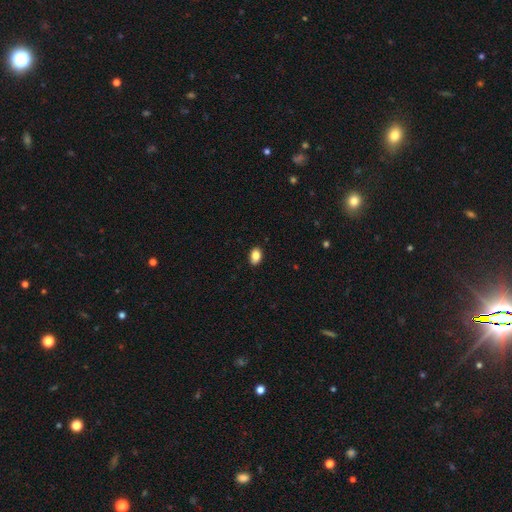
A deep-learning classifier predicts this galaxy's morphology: smooth 85%, star or artifact 8%, featured or disk 6%. Down the decision tree: how rounded — in between (84%); merging — none (89%).